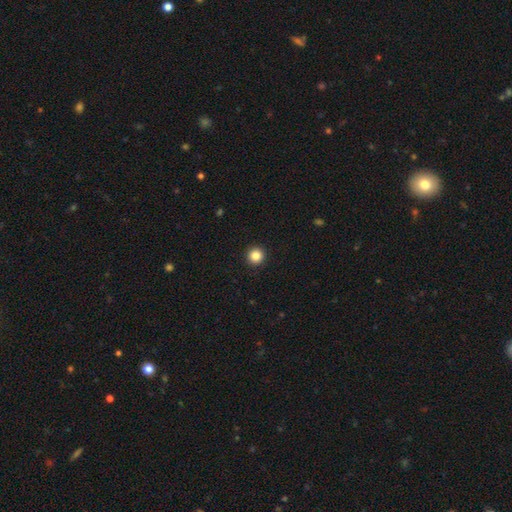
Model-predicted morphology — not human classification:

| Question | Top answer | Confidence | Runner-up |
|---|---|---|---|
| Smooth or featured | smooth | 85% | star or artifact (11%) |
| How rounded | round | 96% | in between (3%) |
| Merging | none | 94% | minor disturbance (4%) |